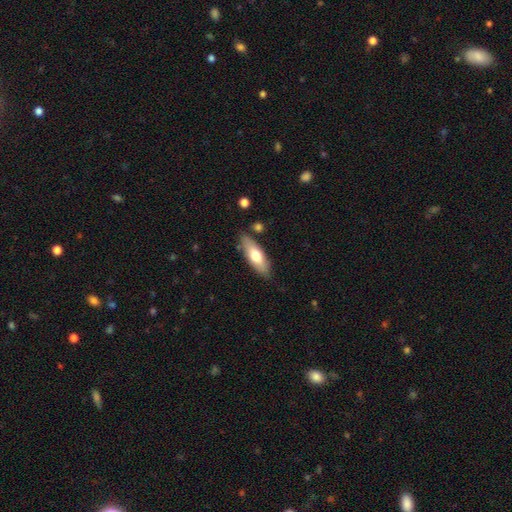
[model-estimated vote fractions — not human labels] Smooth or featured: smooth — 64% (featured or disk — 31%)
How rounded: in between — 62% (cigar-shaped — 36%)
Merging: none — 81% (minor disturbance — 13%)